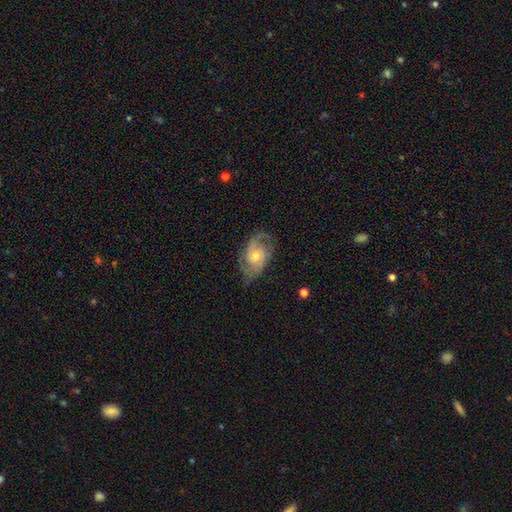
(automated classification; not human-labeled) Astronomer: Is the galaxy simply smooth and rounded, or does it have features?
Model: featured or disk — 82%.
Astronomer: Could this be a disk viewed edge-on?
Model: no — 96%.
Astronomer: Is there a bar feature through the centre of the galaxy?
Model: no — 68%.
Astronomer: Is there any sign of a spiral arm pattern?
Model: yes — 93%.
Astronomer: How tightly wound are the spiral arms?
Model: medium — 48% (runner-up: tight, 29%).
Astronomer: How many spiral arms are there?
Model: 2 — 70%.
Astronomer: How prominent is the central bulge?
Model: moderate — 57% (runner-up: small, 37%).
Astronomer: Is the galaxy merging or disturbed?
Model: none — 67%.